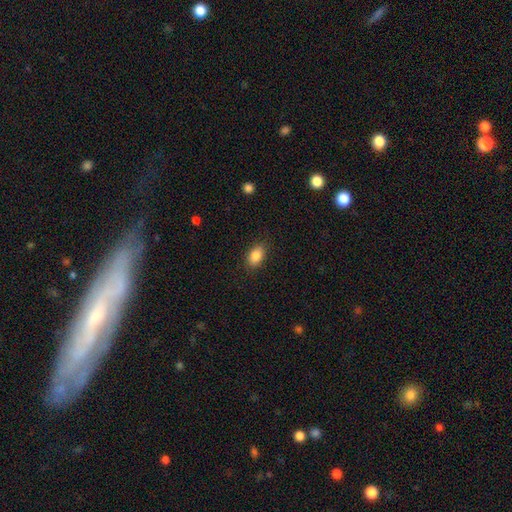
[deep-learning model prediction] smooth 86%, star or artifact 8%, featured or disk 6%. Down the decision tree: how rounded — in between (87%); merging — none (85%).